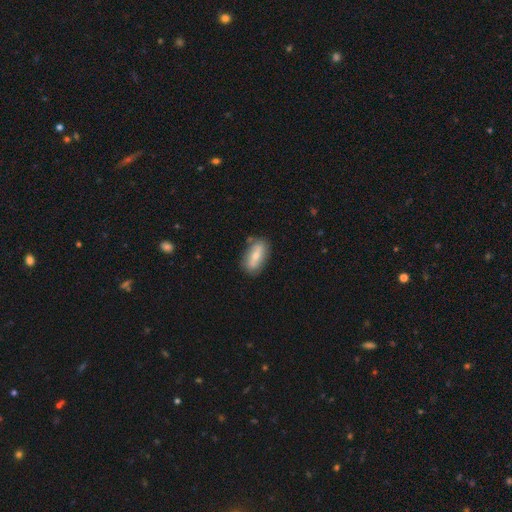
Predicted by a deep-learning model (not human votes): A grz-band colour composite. It shows a smooth galaxy with no disk features (59%) that is in between round and cigar-shaped (84%). Merging: none (79%).